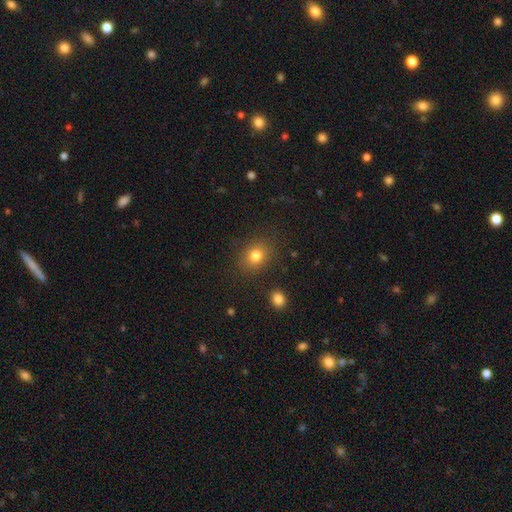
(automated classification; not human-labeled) Smooth or featured: smooth — 81% (star or artifact — 12%)
How rounded: round — 57% (in between — 42%)
Merging: none — 85% (minor disturbance — 10%)